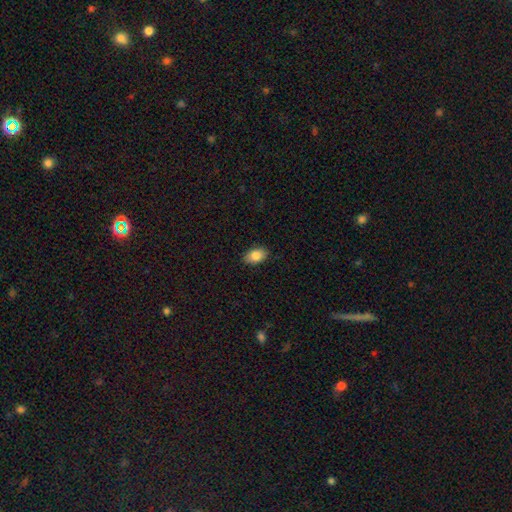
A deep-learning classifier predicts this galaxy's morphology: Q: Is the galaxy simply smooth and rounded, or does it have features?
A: smooth — 86%.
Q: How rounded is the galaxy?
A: in between — 91%.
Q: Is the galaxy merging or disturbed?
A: none — 89%.